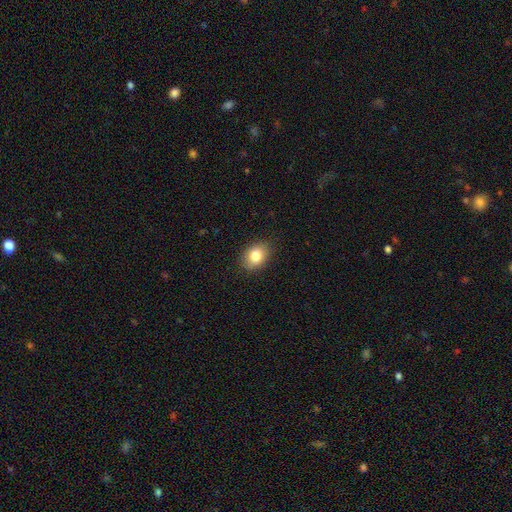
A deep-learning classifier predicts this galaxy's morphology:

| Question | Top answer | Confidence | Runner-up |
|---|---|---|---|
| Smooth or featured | smooth | 82% | featured or disk (9%) |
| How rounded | in between | 71% | round (28%) |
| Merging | none | 85% | minor disturbance (12%) |